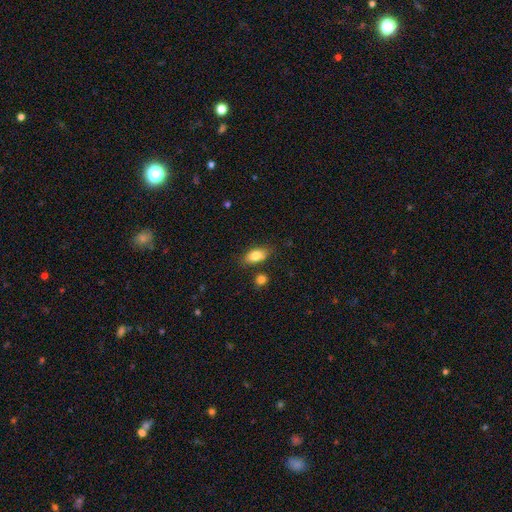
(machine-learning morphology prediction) This is clearly a smooth galaxy (80%). How rounded: clearly in between (86%). Merging: likely none (77%).